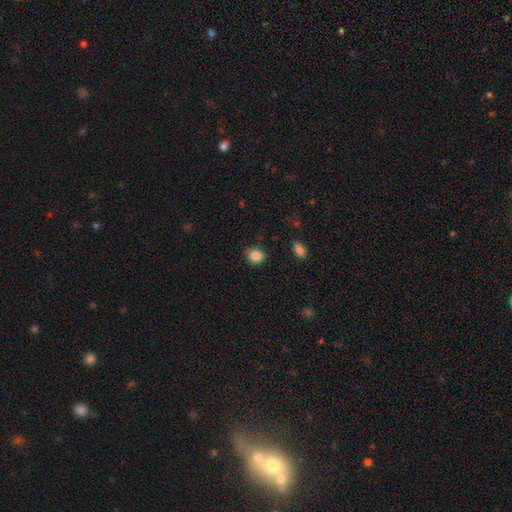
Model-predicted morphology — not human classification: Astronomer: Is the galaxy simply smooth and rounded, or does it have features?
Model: smooth — 86%.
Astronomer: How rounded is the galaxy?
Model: round — 64%.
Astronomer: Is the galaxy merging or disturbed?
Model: none — 81%.